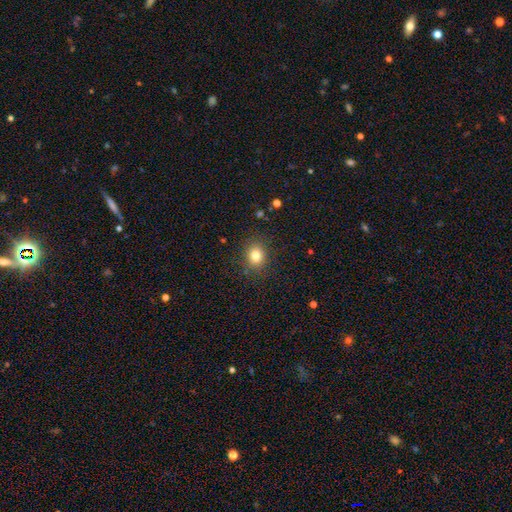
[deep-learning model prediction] Overall: smooth (81%). How rounded: round (63%; in between 37%). Merging: none (86%).